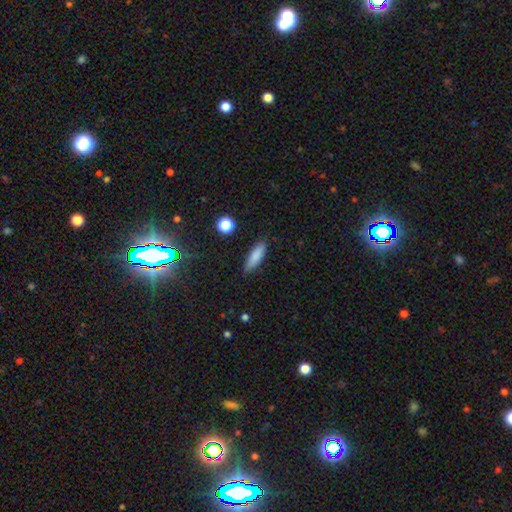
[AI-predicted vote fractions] Q: Smooth or featured?
A: smooth (83%); runner-up: featured or disk (9%)
Q: How rounded?
A: cigar-shaped (54%); runner-up: in between (43%)
Q: Merging?
A: none (85%); runner-up: minor disturbance (11%)